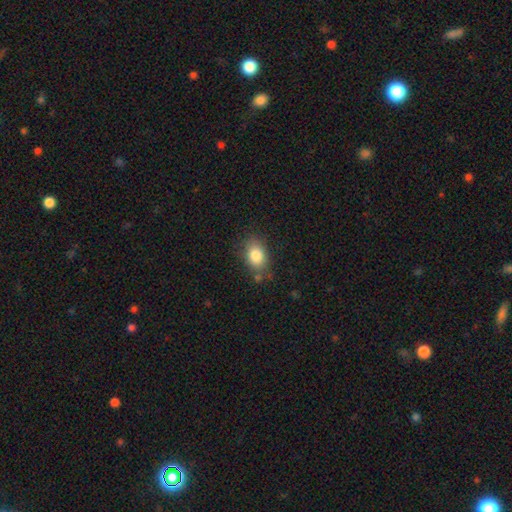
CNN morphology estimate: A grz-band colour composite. It shows a smooth galaxy with no disk features (83%) that is in between round and cigar-shaped (78%). Merging: none (73%).